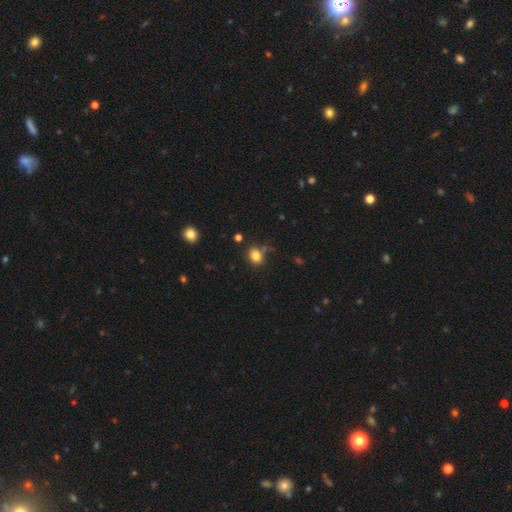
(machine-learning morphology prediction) Q: Smooth or featured?
A: smooth (83%); runner-up: star or artifact (11%)
Q: How rounded?
A: round (50%); runner-up: in between (49%)
Q: Merging?
A: none (74%); runner-up: minor disturbance (15%)